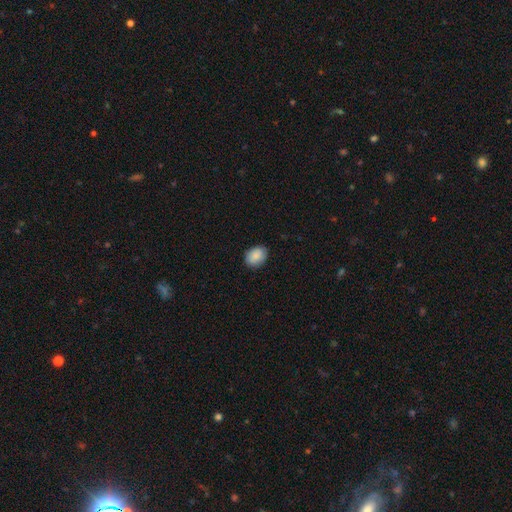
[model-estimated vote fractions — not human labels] This appears to be a smooth galaxy with no disk features (88%) that is in between round and cigar-shaped (75%). Merging: none (86%).